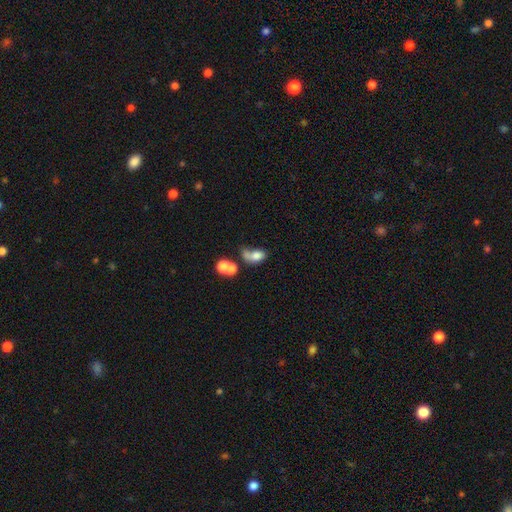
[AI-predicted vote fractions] This appears to be a smooth galaxy with no disk features (70%) that is in between round and cigar-shaped (76%). Merging: merger (40%).